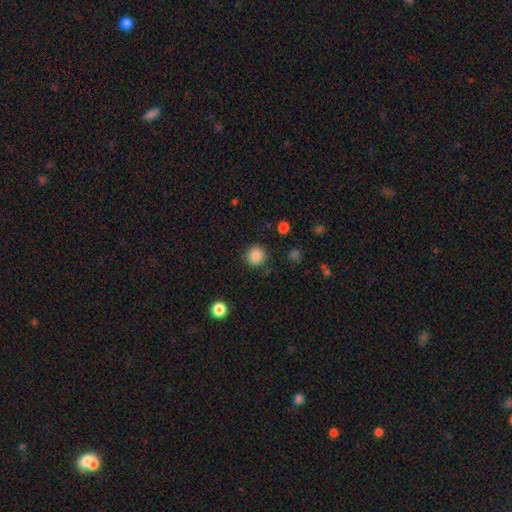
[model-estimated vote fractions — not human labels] smooth_or_featured: smooth (p=0.87) [alt: star or artifact p=0.10]
how_rounded: round (p=0.93) [alt: in between p=0.06]
merging: none (p=0.89) [alt: minor disturbance p=0.07]